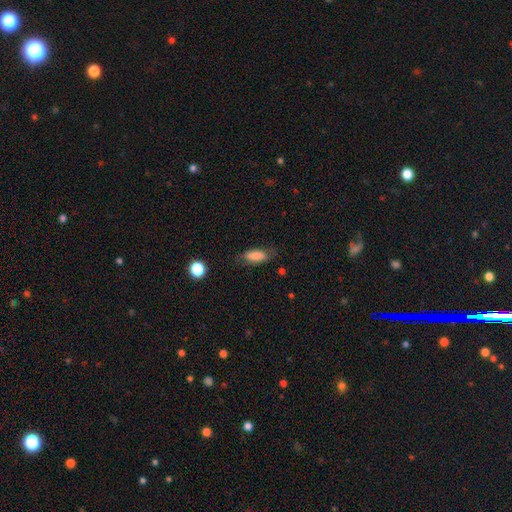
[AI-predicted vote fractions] Overall: smooth (82%). How rounded: in between (76%). Merging: none (71%).